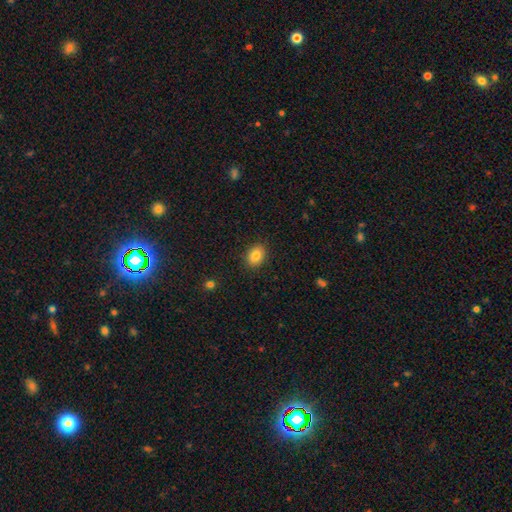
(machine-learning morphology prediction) A smooth galaxy with no disk features (85%) that is in between round and cigar-shaped (69%). Merging: none (89%).